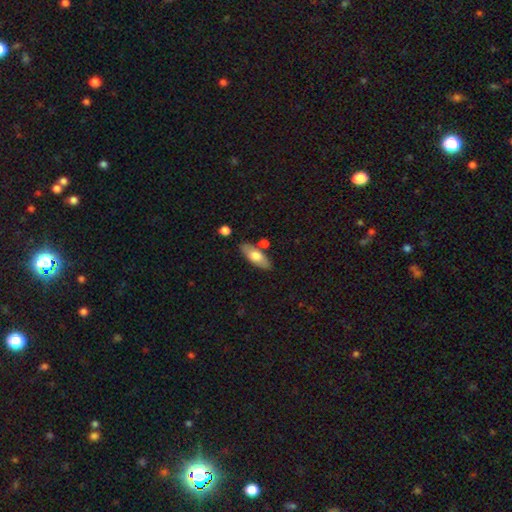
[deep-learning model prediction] smooth 67%, featured or disk 27%, star or artifact 6%. Down the decision tree: how rounded — in between (77%); merging — none (79%).